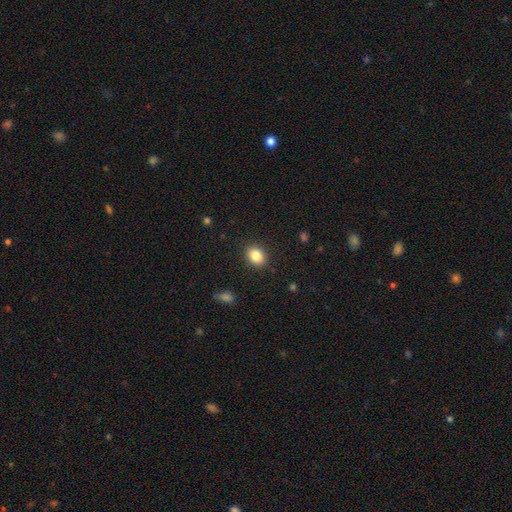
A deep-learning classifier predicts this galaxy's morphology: Q: Smooth or featured?
A: smooth (85%); runner-up: star or artifact (9%)
Q: How rounded?
A: in between (57%); runner-up: round (42%)
Q: Merging?
A: none (89%); runner-up: minor disturbance (8%)